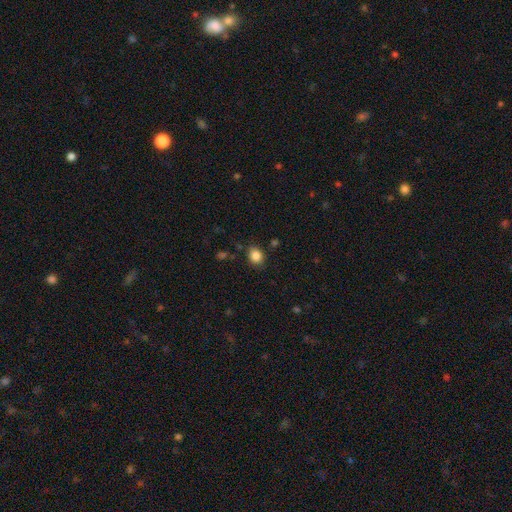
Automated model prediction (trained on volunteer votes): The model was most divided on "how rounded": round: 58%, in between: 42%, cigar-shaped: 1%. More confident: smooth or featured — smooth (85%); merging — none (84%).